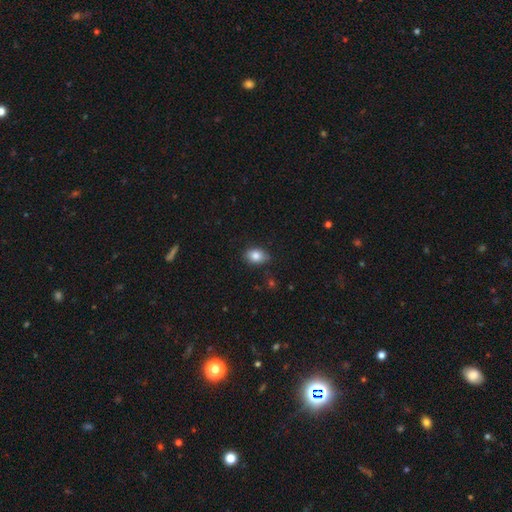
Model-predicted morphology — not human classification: Q: Smooth or featured?
A: smooth (83%); runner-up: star or artifact (9%)
Q: How rounded?
A: in between (76%); runner-up: round (22%)
Q: Merging?
A: none (77%); runner-up: minor disturbance (19%)